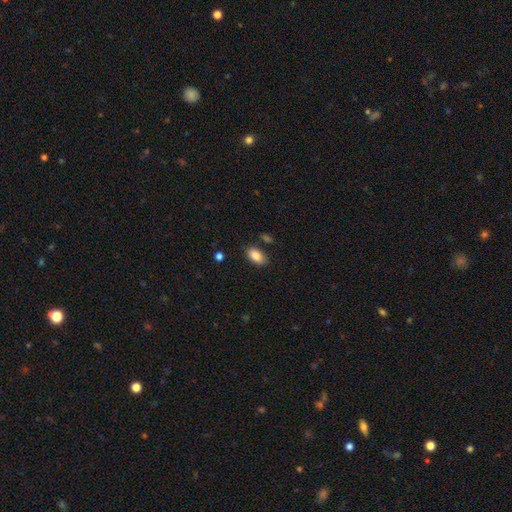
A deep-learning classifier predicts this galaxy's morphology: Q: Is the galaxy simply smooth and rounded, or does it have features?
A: smooth — 86%.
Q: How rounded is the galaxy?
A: in between — 92%.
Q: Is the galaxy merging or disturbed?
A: none — 81%.